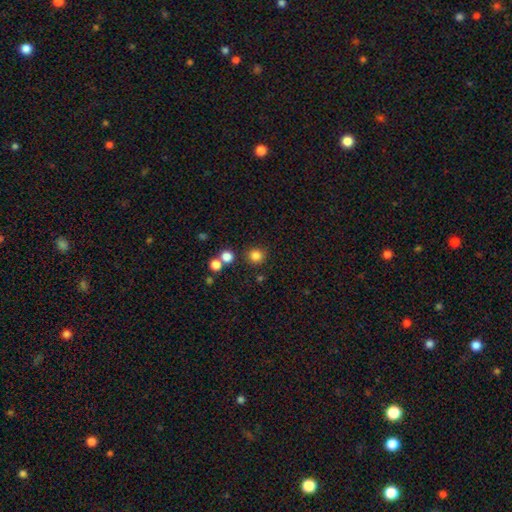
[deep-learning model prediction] smooth-or-featured: smooth: 82% | star or artifact: 14% | featured or disk: 4%
  how-rounded: round: 93% | in between: 6% | cigar-shaped: 1%
  merging: none: 83% | merger: 7% | minor disturbance: 7% | major disturbance: 3%